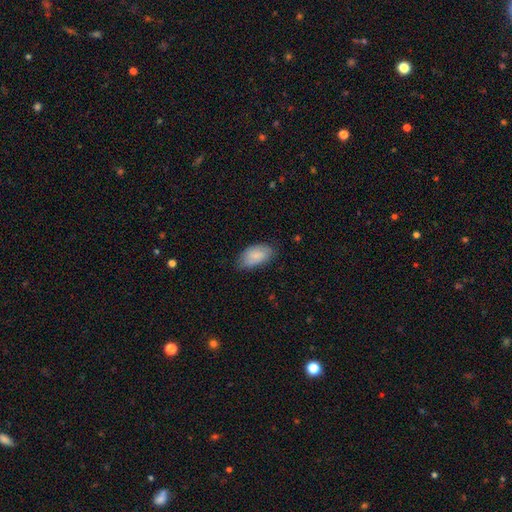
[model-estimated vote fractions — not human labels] smooth_or_featured: smooth (p=0.82) [alt: featured or disk p=0.12]
how_rounded: in between (p=0.94) [alt: round p=0.03]
merging: none (p=0.69) [alt: minor disturbance p=0.25]